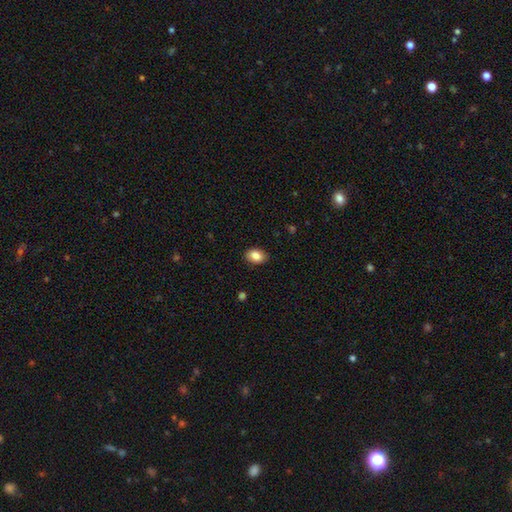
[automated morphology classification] Smooth or featured? Predicted: smooth (p=0.86). How rounded? Predicted: in between (p=0.79). Merging? Predicted: none (p=0.87).